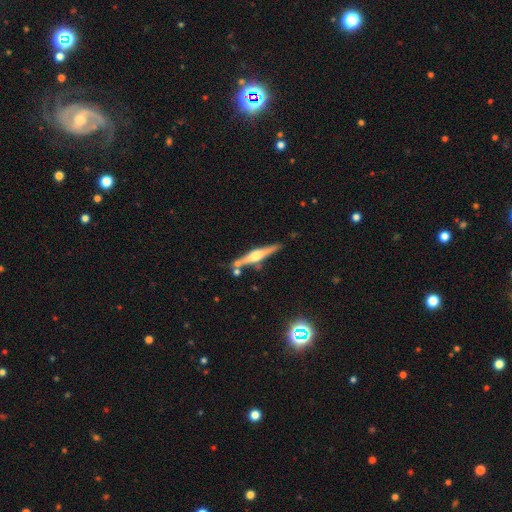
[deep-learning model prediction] Smooth or featured? featured or disk (74%)
Edge-on disk? yes (97%)
Edge-on bulge? rounded (91%)
Merging? none (79%)